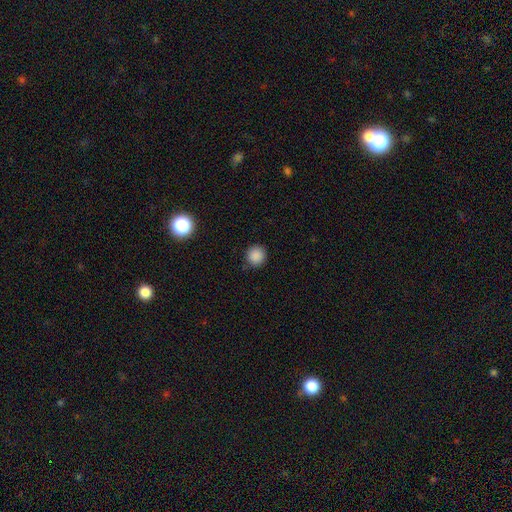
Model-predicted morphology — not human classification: This is clearly a smooth galaxy (87%). How rounded: clearly round (94%). Merging: clearly none (89%).